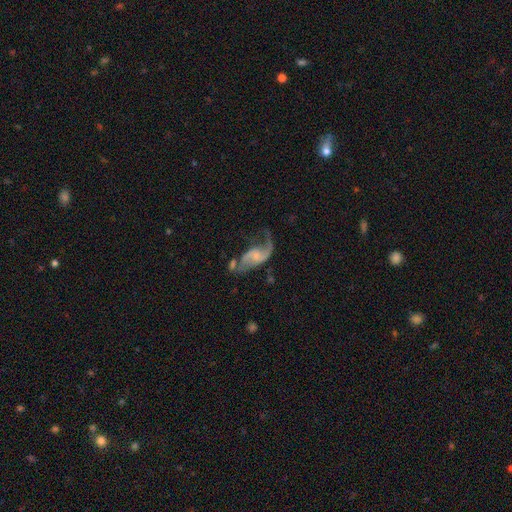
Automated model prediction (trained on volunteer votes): Q: Smooth or featured?
A: featured or disk (82%); runner-up: smooth (12%)
Q: Edge-on disk?
A: no (97%); runner-up: yes (3%)
Q: Bar?
A: no (51%); runner-up: weak (39%)
Q: Spiral arms?
A: yes (92%); runner-up: no (8%)
Q: Spiral winding?
A: loose (72%); runner-up: medium (23%)
Q: Spiral arm count?
A: 2 (81%); runner-up: 1 (13%)
Q: Bulge size?
A: small (58%); runner-up: moderate (22%)
Q: Merging?
A: none (40%); runner-up: major disturbance (27%)